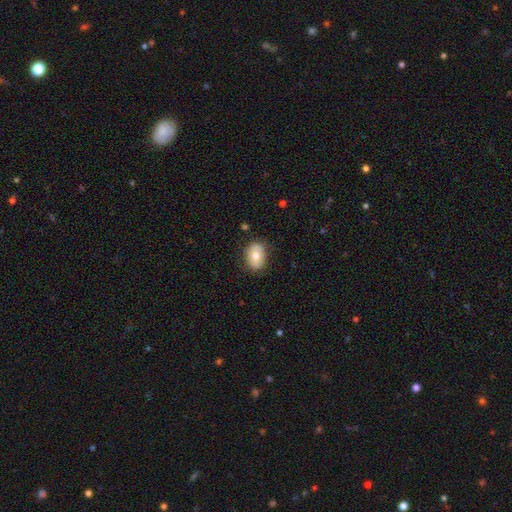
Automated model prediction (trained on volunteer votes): Smooth or featured? smooth (70%)
How rounded? in between (70%)
Merging? none (83%)